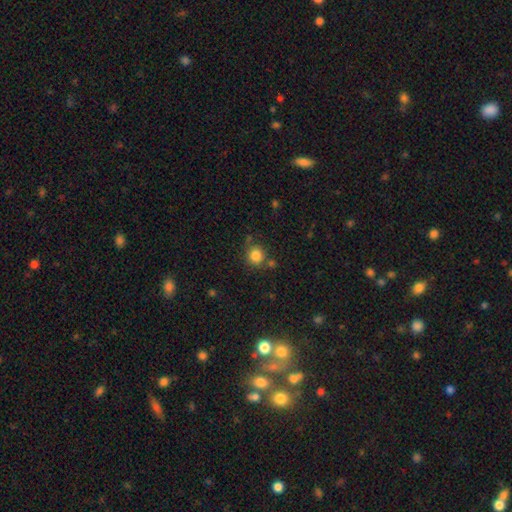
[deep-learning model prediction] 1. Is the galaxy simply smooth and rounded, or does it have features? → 83% smooth, 11% star or artifact, 6% featured or disk.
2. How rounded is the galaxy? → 89% round, 10% in between, 1% cigar-shaped.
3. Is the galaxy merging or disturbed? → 72% none, 13% minor disturbance, 10% merger, 4% major disturbance.